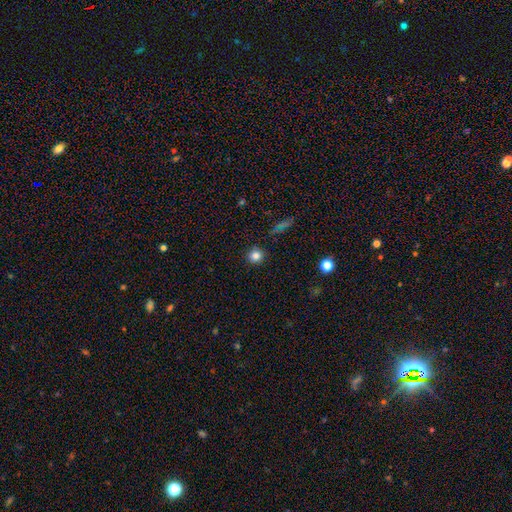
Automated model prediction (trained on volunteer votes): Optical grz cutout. It shows a smooth galaxy with no disk features (82%) that is round (94%). Merging: none (92%).